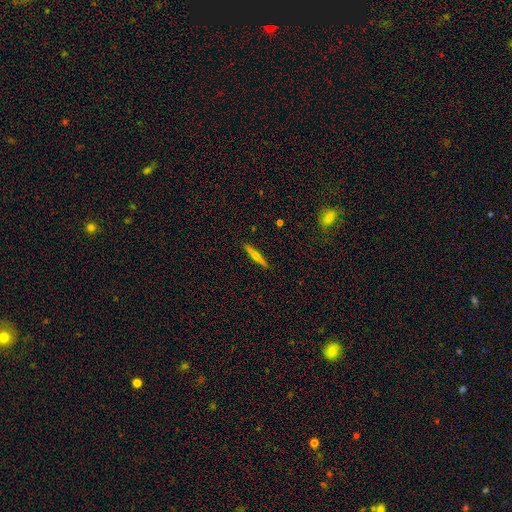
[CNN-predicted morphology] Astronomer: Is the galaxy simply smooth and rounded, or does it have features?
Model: featured or disk — 56% (runner-up: smooth, 38%).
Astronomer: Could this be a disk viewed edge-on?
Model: yes — 97%.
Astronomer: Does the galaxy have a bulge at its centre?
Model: rounded — 81%.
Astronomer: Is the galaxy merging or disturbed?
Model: none — 91%.